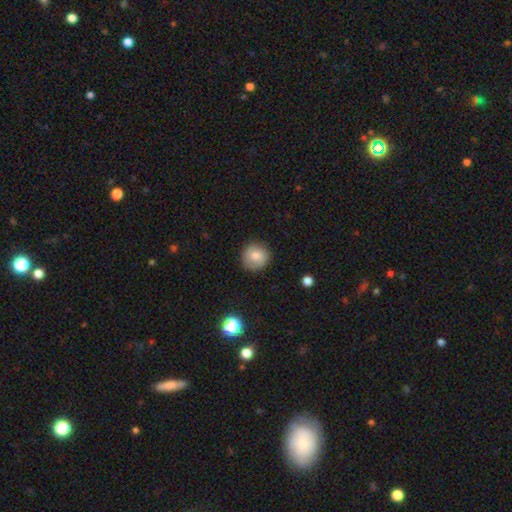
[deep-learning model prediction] Smooth or featured? smooth (72%)
How rounded? round (93%)
Merging? none (85%)